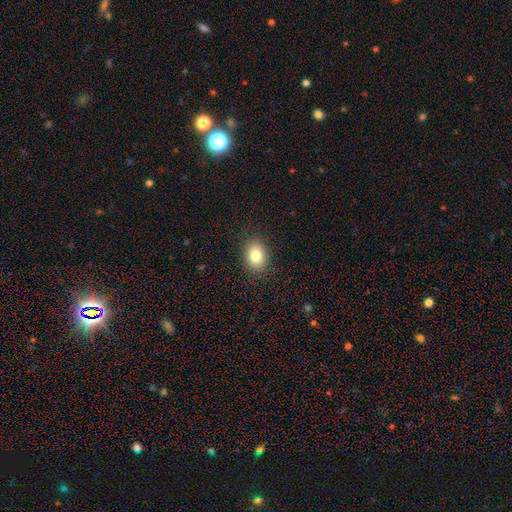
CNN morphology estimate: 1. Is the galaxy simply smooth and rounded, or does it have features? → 82% smooth, 10% star or artifact, 8% featured or disk.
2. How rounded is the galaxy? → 58% in between, 41% round, 1% cigar-shaped.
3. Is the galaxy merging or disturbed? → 88% none, 8% minor disturbance, 2% major disturbance, 1% merger.